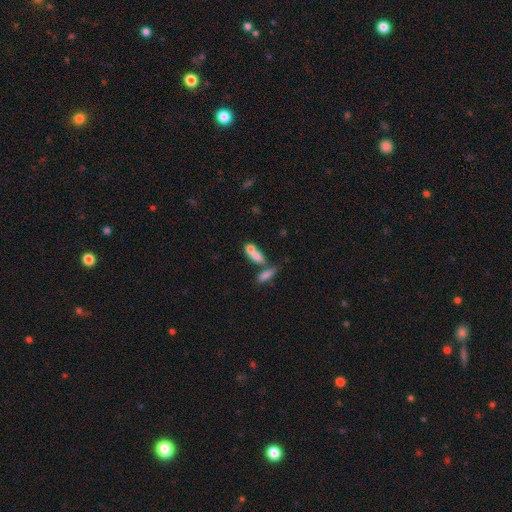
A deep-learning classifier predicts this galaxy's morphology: This appears to be a smooth galaxy with no disk features (72%) that is in between round and cigar-shaped (69%). Merging: merger (57%).